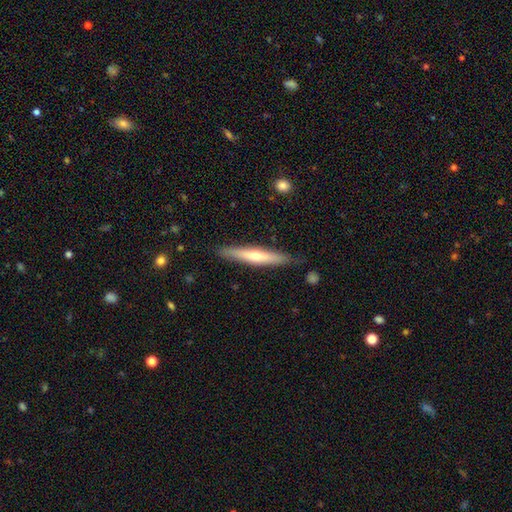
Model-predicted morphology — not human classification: type=featured or disk (50%); merging=none (86%).